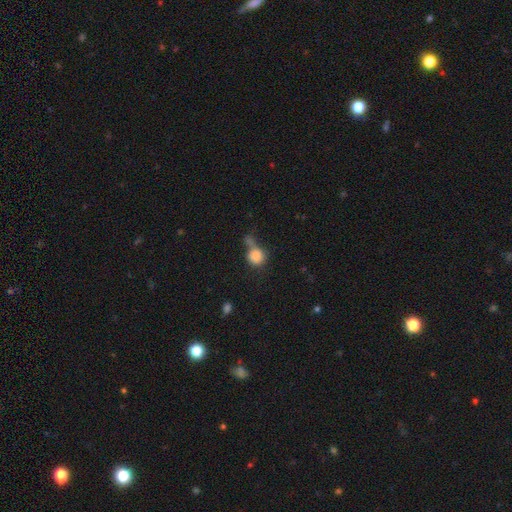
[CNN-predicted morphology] Overall: smooth (83%). How rounded: round (82%). Merging: none (32%, tied with merger).